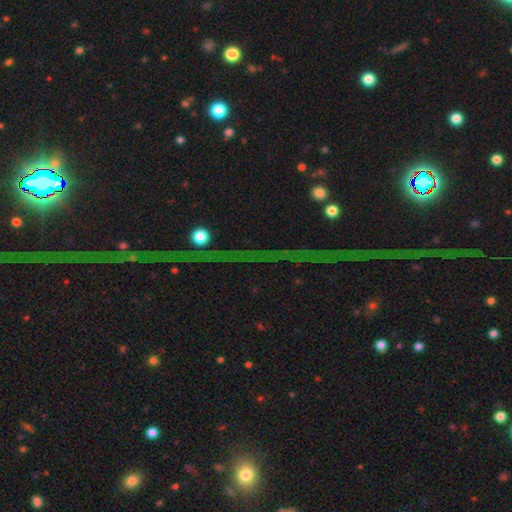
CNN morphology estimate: Q: Smooth or featured?
A: star or artifact (78%); runner-up: featured or disk (12%)